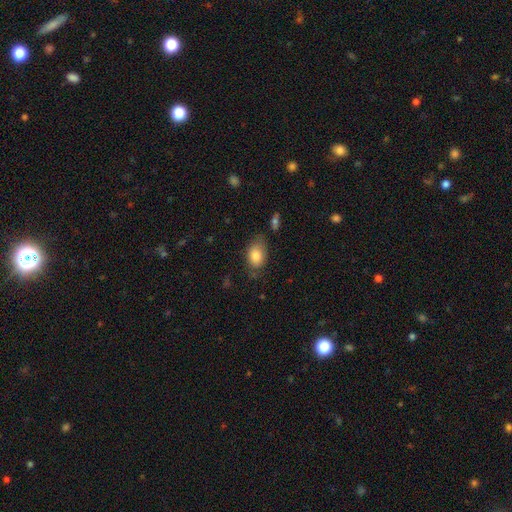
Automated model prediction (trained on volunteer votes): Smooth or featured: smooth — 83% (featured or disk — 9%)
How rounded: in between — 85% (round — 14%)
Merging: none — 62% (minor disturbance — 27%)